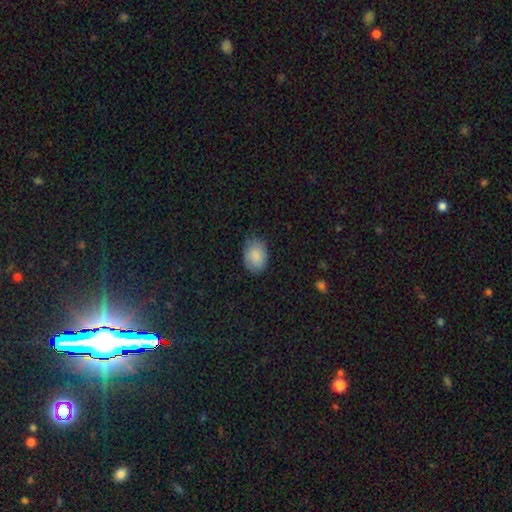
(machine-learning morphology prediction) This is clearly a smooth galaxy (87%). How rounded: likely in between (78%). Merging: likely none (75%).